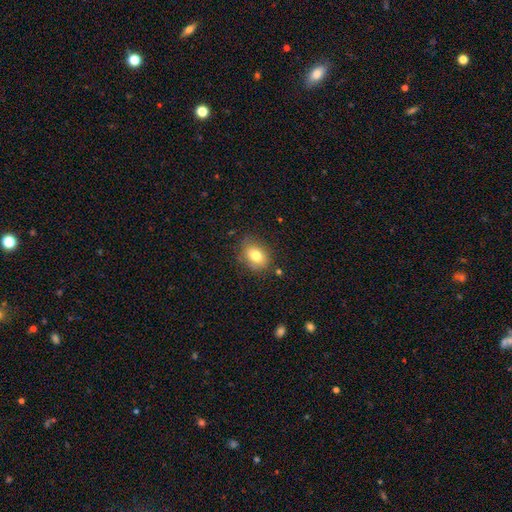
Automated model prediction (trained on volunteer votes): This is likely a smooth galaxy (79%). How rounded: likely in between (72%). Merging: likely none (76%).